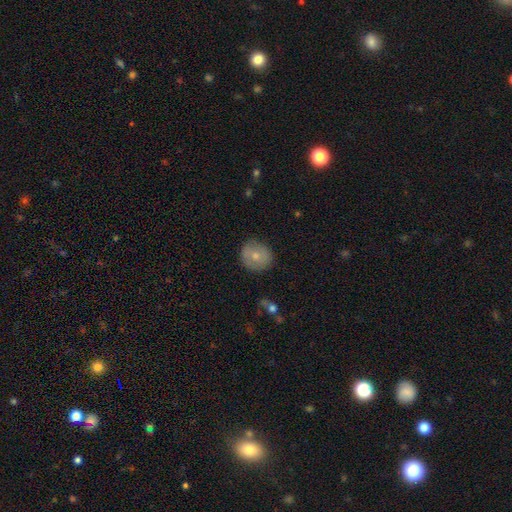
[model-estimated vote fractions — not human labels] Morphology: type=smooth (71%); roundness=round (83%); merging=none (80%).